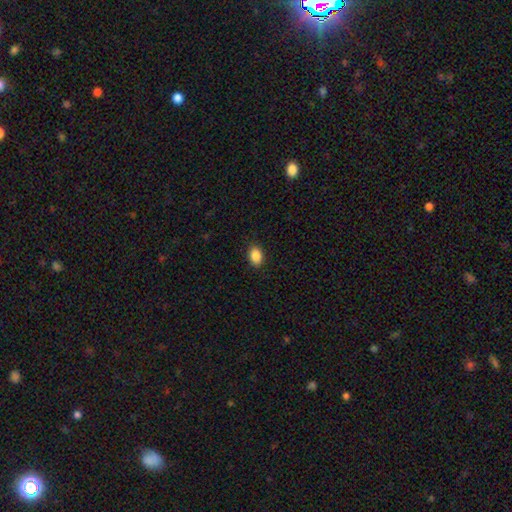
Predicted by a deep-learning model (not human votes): Smooth or featured? smooth (88%)
How rounded? in between (81%)
Merging? none (89%)